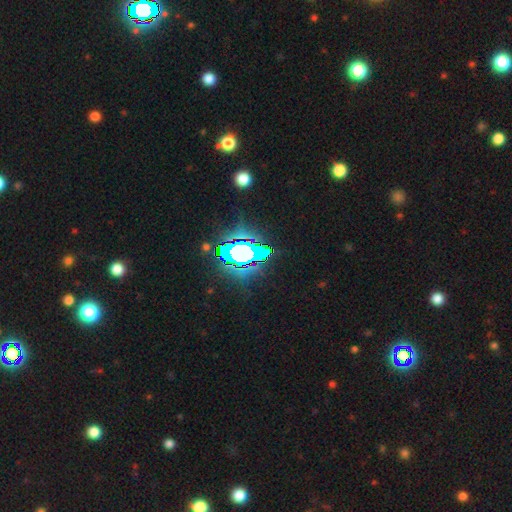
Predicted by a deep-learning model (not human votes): Q: Smooth or featured?
A: star or artifact (82%); runner-up: smooth (10%)